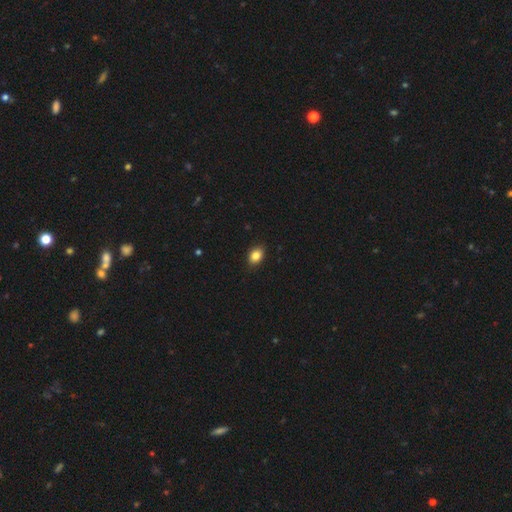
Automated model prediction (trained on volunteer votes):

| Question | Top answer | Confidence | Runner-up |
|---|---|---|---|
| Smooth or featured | smooth | 84% | star or artifact (9%) |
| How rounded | in between | 71% | round (28%) |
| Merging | none | 87% | minor disturbance (10%) |